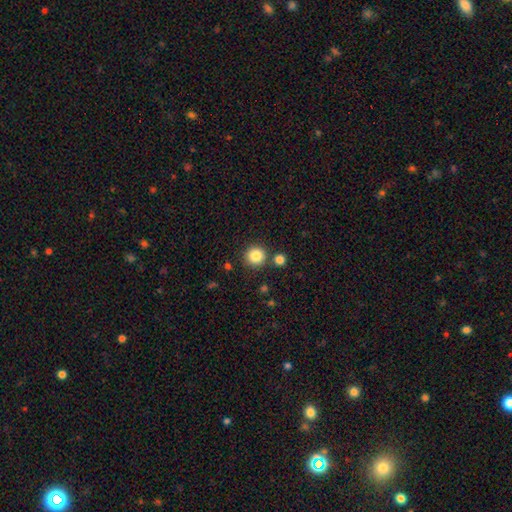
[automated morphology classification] Overall: smooth (85%). How rounded: round (93%). Merging: none (83%).